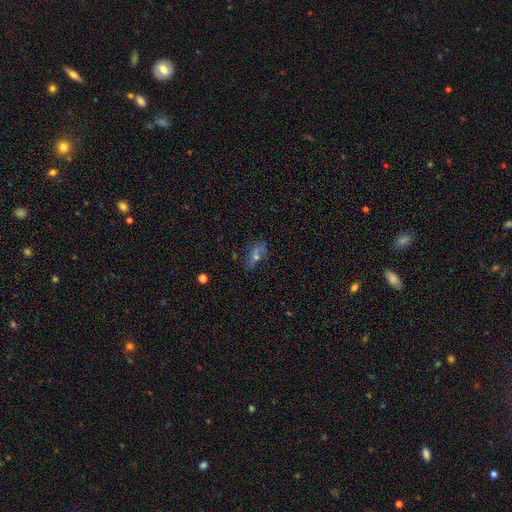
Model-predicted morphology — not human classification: smooth-or-featured: featured or disk: 45% | smooth: 33% | star or artifact: 22%
  merging: none: 66% | minor disturbance: 20% | major disturbance: 10% | merger: 4%